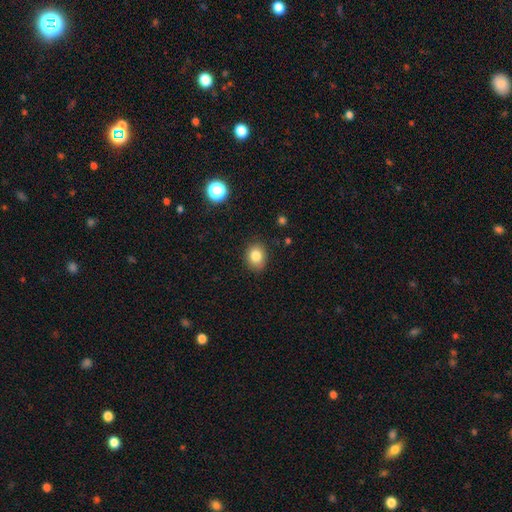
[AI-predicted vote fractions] Smooth or featured? Predicted: smooth (p=0.83). How rounded? Predicted: round (p=0.51). Merging? Predicted: none (p=0.85).